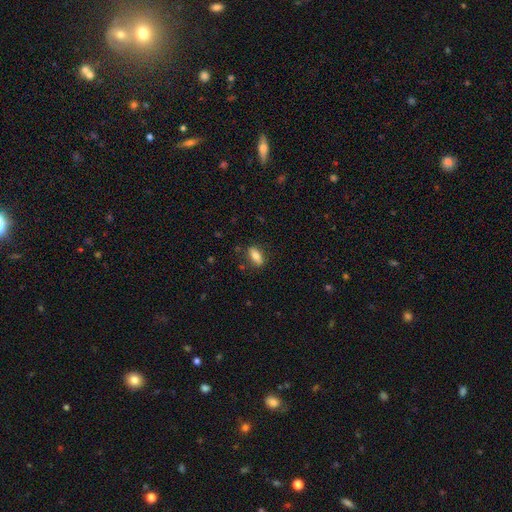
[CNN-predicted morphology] This is likely a smooth galaxy (71%). How rounded: likely in between (69%). Merging: clearly none (84%).